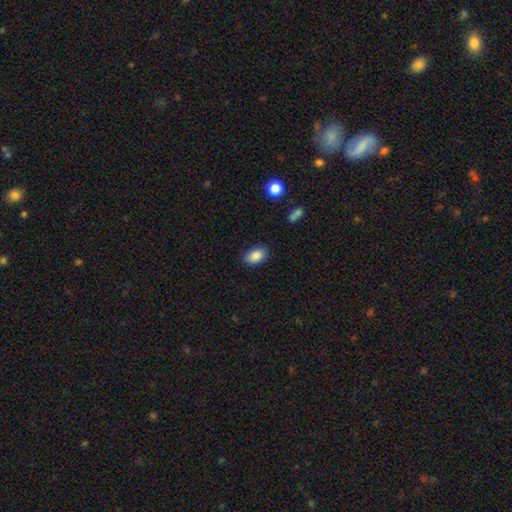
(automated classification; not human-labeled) This is clearly a smooth galaxy (87%). How rounded: clearly in between (91%). Merging: clearly none (84%).